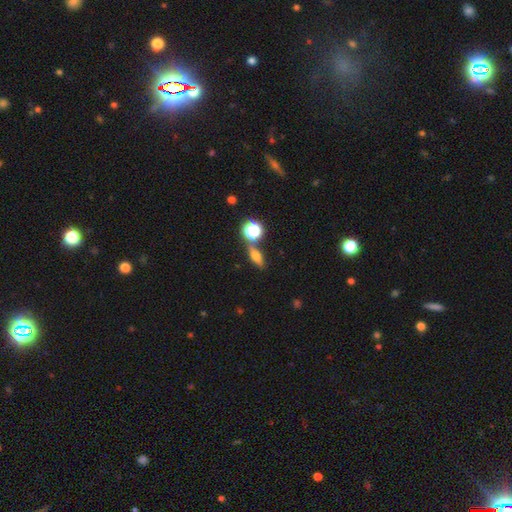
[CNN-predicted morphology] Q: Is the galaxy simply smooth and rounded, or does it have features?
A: smooth — 57%.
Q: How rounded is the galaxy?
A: in between — 51%.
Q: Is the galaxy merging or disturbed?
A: none — 72%.